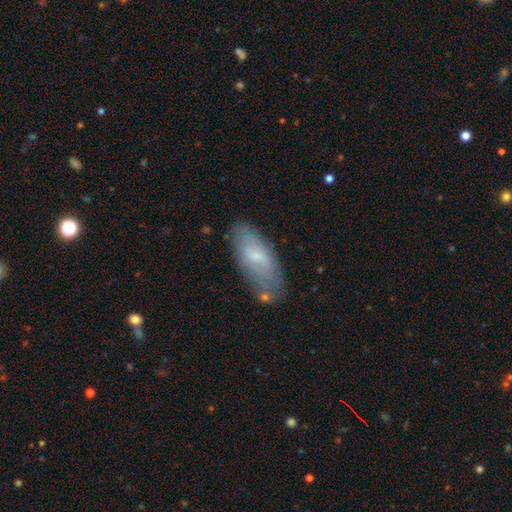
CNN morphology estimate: Smooth or featured? smooth (57%)
How rounded? in between (77%)
Merging? none (70%)